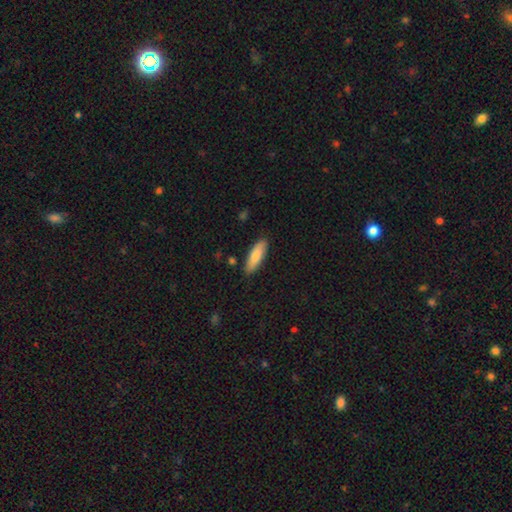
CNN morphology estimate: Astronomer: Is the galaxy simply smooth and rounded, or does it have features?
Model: smooth — 83%.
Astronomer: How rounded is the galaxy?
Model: in between — 55% (runner-up: cigar-shaped, 44%).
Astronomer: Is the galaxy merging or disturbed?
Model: none — 85%.